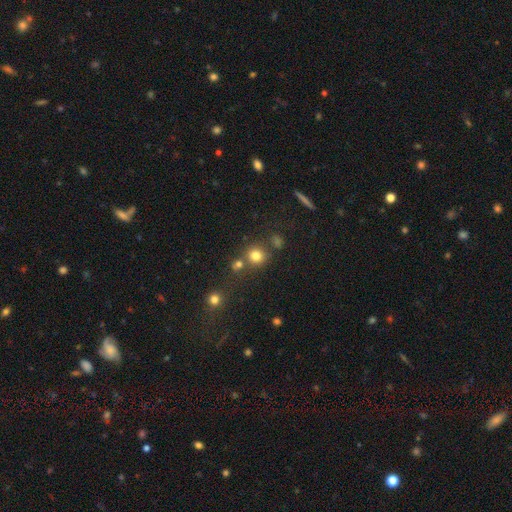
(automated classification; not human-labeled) Smooth or featured?
  - smooth: 77% *
  - star or artifact: 15%
  - featured or disk: 7%
How rounded?
  - round: 87% *
  - in between: 12%
  - cigar-shaped: 1%
Merging?
  - none: 69% *
  - merger: 17%
  - minor disturbance: 10%
  - major disturbance: 4%